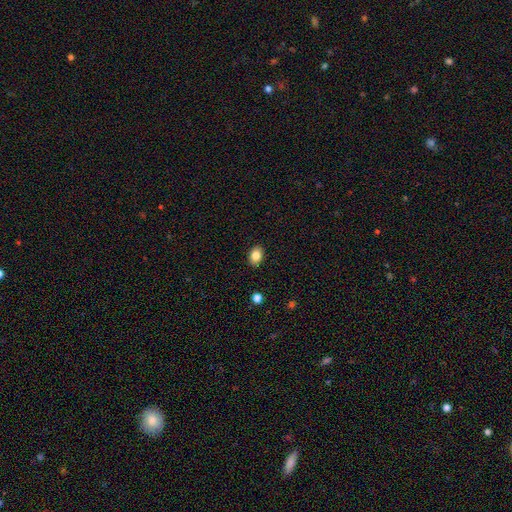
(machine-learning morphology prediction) Smooth or featured: smooth — 83% (star or artifact — 9%)
How rounded: in between — 82% (round — 17%)
Merging: none — 89% (minor disturbance — 8%)